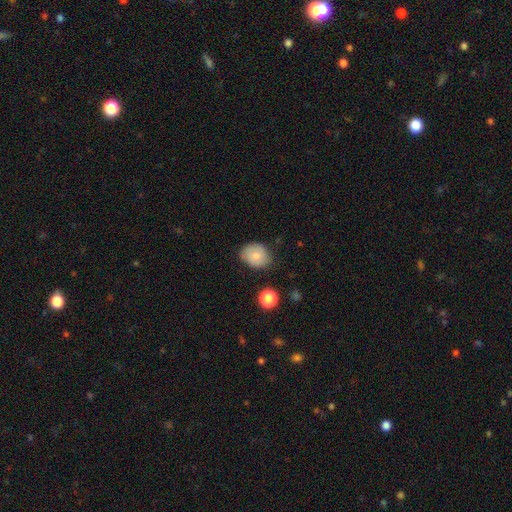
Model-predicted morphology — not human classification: smooth-or-featured: smooth: 78% | featured or disk: 14% | star or artifact: 9%
  how-rounded: round: 52% | in between: 47% | cigar-shaped: 1%
  merging: none: 73% | minor disturbance: 22% | major disturbance: 4% | merger: 2%